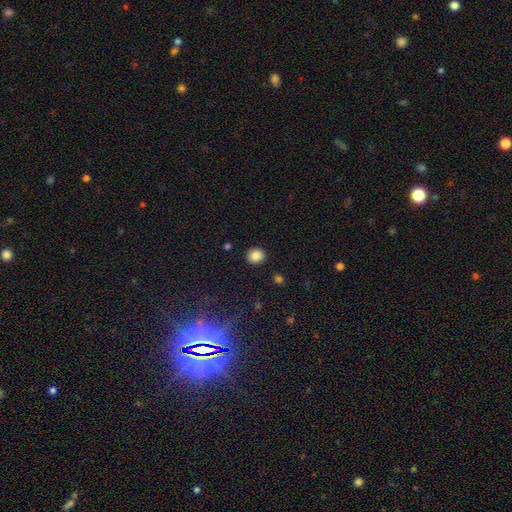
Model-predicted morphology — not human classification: Smooth or featured?
  - smooth: 86% *
  - star or artifact: 10%
  - featured or disk: 4%
How rounded?
  - round: 79% *
  - in between: 20%
  - cigar-shaped: 1%
Merging?
  - none: 90% *
  - minor disturbance: 6%
  - major disturbance: 2%
  - merger: 1%